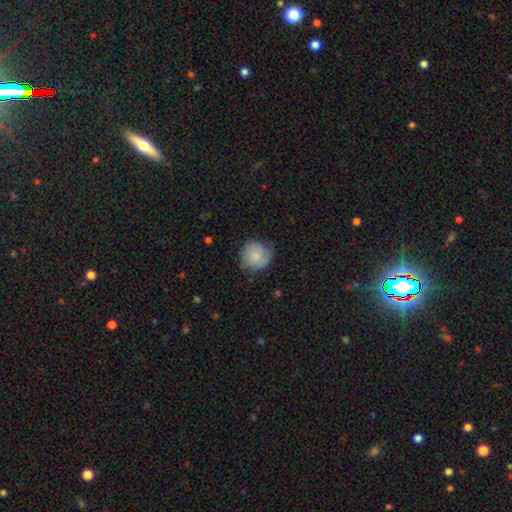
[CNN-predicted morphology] smooth 76%, featured or disk 17%, star or artifact 7%. Down the decision tree: how rounded — round (90%); merging — none (68%).